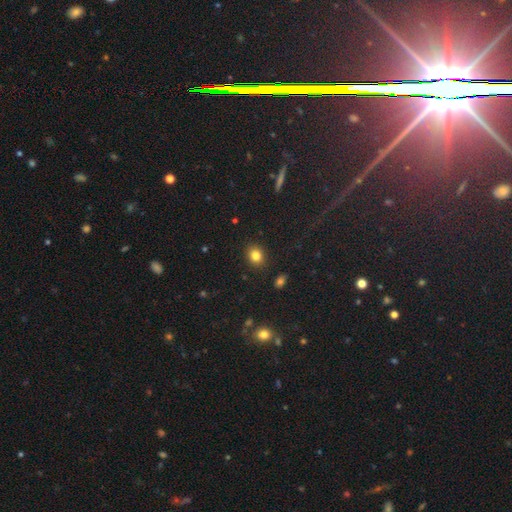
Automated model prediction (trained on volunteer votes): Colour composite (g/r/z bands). It shows a smooth galaxy with no disk features (82%) that is round (60%). Merging: none (89%).